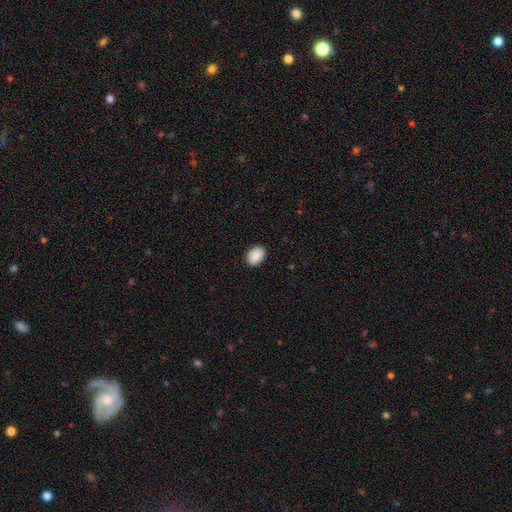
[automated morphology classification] Smooth or featured? Predicted: smooth (p=0.90). How rounded? Predicted: in between (p=0.75). Merging? Predicted: none (p=0.89).